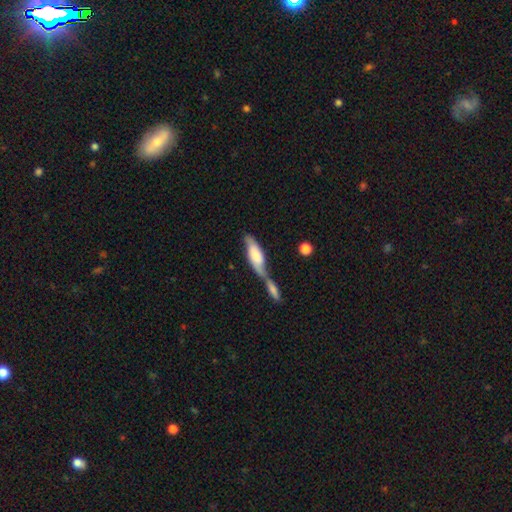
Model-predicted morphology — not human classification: smooth_or_featured: smooth (p=0.58) [alt: featured or disk p=0.36]
how_rounded: in between (p=0.56) [alt: cigar-shaped p=0.42]
merging: merger (p=0.63) [alt: none p=0.21]